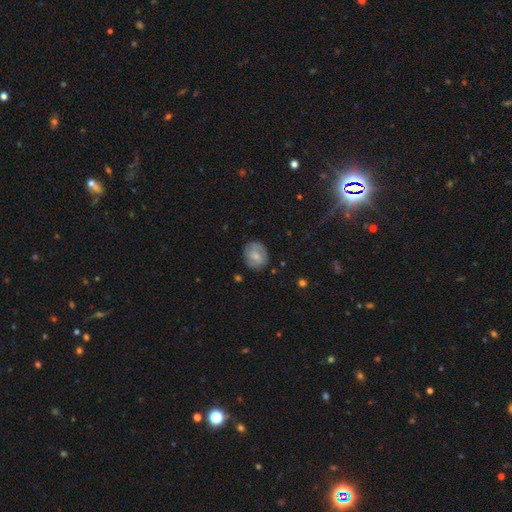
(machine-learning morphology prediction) Q: Smooth or featured?
A: smooth (54%); runner-up: featured or disk (38%)
Q: How rounded?
A: round (66%); runner-up: in between (33%)
Q: Merging?
A: none (75%); runner-up: minor disturbance (18%)